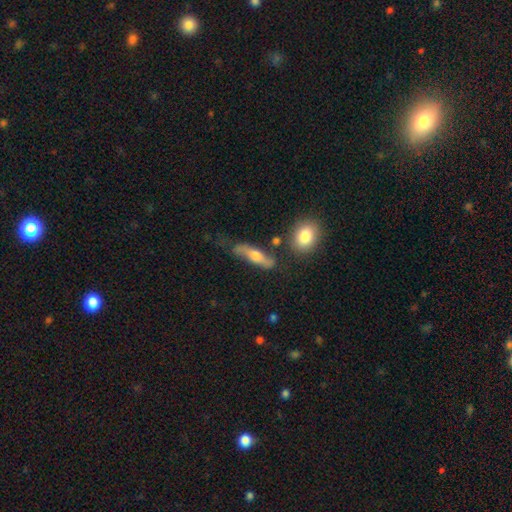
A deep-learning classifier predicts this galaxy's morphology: The model was most divided on "smooth or featured": featured or disk: 49%, smooth: 44%, star or artifact: 7%. More confident: merging — none (59%).